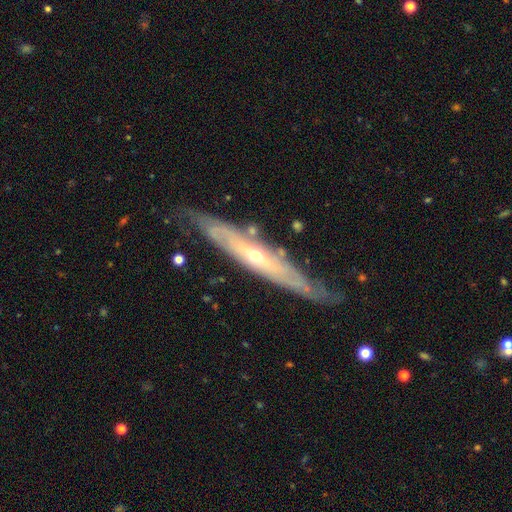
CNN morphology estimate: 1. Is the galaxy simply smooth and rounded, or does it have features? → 80% featured or disk, 14% smooth, 6% star or artifact.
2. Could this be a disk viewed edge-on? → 56% yes, 44% no.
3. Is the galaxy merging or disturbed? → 73% none, 19% minor disturbance, 5% major disturbance, 3% merger.